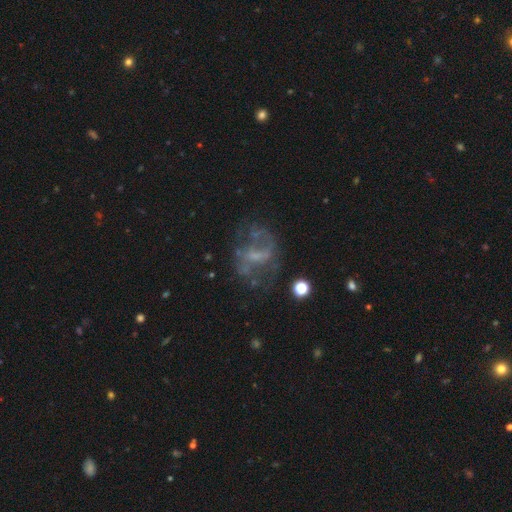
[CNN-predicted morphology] Q: Smooth or featured?
A: featured or disk (61%); runner-up: smooth (22%)
Q: Edge-on disk?
A: no (96%); runner-up: yes (4%)
Q: Bar?
A: no (51%); runner-up: weak (35%)
Q: Spiral arms?
A: no (61%); runner-up: yes (39%)
Q: Bulge size?
A: none (46%); runner-up: small (35%)
Q: Merging?
A: none (48%); runner-up: major disturbance (29%)